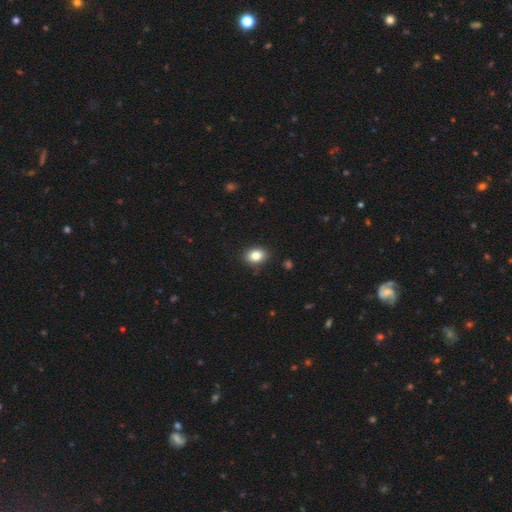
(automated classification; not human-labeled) This appears to be a smooth galaxy with no disk features (84%) that is in between round and cigar-shaped (65%). Merging: none (87%).